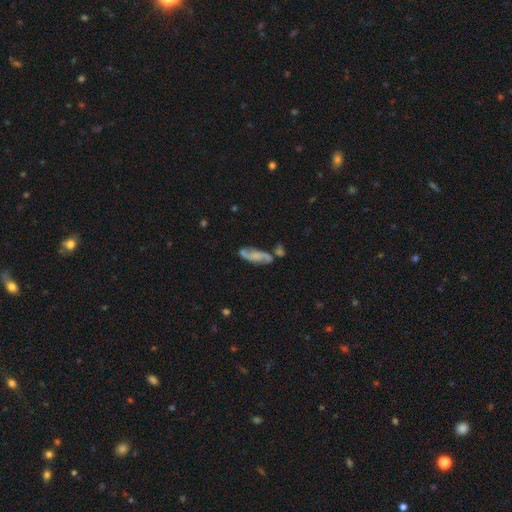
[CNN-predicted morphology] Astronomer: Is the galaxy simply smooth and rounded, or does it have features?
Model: featured or disk — 60%.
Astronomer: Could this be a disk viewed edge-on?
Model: no — 83%.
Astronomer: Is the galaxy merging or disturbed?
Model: none — 55%.